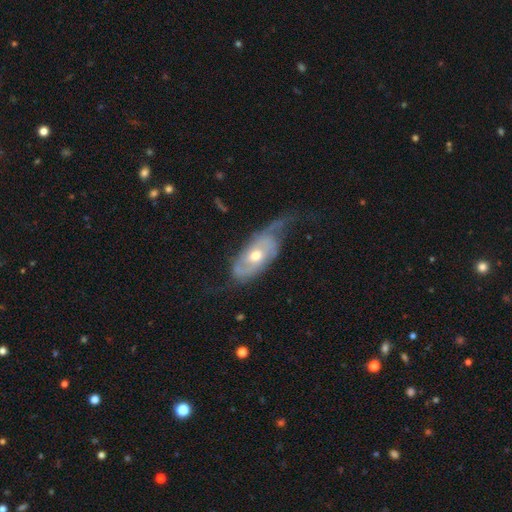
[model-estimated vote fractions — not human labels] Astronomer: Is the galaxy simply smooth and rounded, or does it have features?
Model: featured or disk — 70%.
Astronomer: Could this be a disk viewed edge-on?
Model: no — 88%.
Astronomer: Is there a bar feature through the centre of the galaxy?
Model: no — 72%.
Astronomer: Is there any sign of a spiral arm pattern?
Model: yes — 78%.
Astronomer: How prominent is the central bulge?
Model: moderate — 70%.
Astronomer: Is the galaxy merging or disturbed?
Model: none — 38% (runner-up: minor disturbance, 30%).